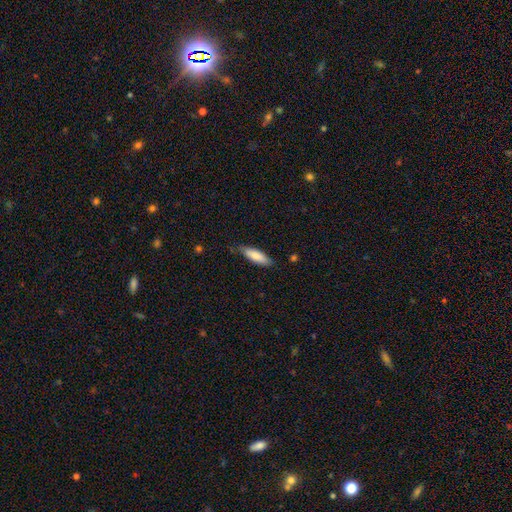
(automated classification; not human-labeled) smooth-or-featured: smooth: 83% | featured or disk: 12% | star or artifact: 6%
  how-rounded: cigar-shaped: 52% | in between: 46% | round: 1%
  merging: none: 76% | minor disturbance: 19% | major disturbance: 3% | merger: 2%